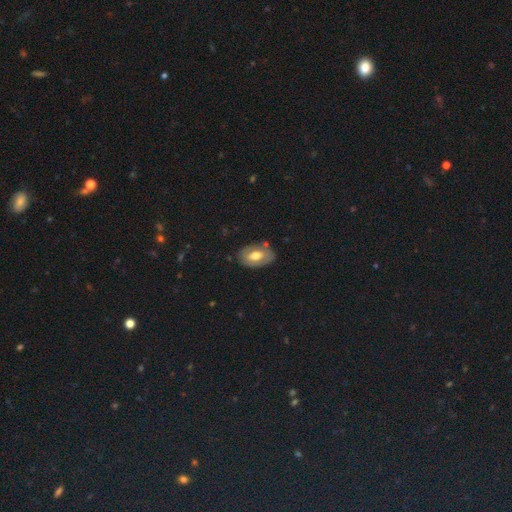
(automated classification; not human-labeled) The model was most divided on "smooth or featured": smooth: 54%, featured or disk: 40%, star or artifact: 6%. More confident: how rounded — in between (90%); merging — none (74%).